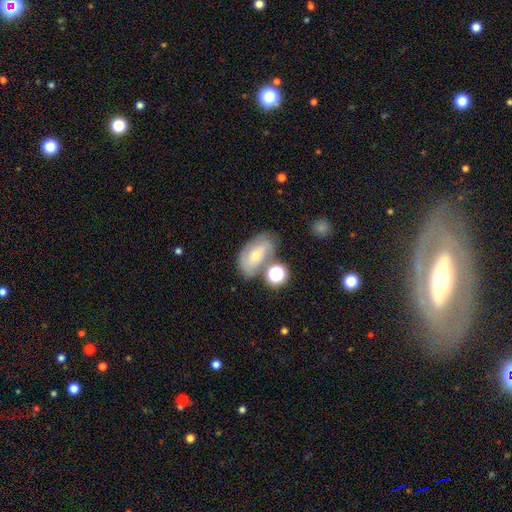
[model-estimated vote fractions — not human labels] Smooth or featured: featured or disk — 44% (smooth — 43%)
Merging: none — 56% (minor disturbance — 19%)